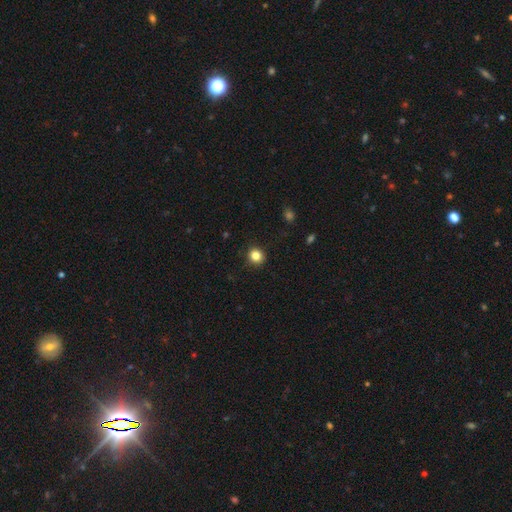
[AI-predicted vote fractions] smooth-or-featured: smooth: 84% | star or artifact: 11% | featured or disk: 5%
  how-rounded: round: 85% | in between: 14% | cigar-shaped: 1%
  merging: none: 90% | minor disturbance: 7% | major disturbance: 2% | merger: 1%